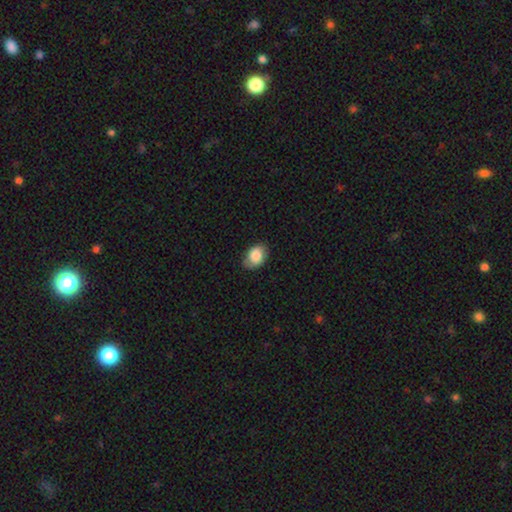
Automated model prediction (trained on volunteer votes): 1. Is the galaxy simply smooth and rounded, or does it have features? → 80% smooth, 12% featured or disk, 7% star or artifact.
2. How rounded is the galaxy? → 78% in between, 21% round, 1% cigar-shaped.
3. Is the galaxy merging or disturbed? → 75% none, 20% minor disturbance, 4% major disturbance, 1% merger.